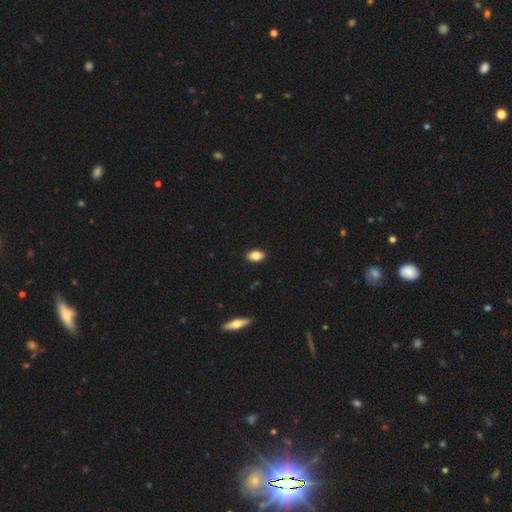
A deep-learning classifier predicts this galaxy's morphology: Smooth or featured? Predicted: smooth (p=0.83). How rounded? Predicted: in between (p=0.89). Merging? Predicted: none (p=0.90).